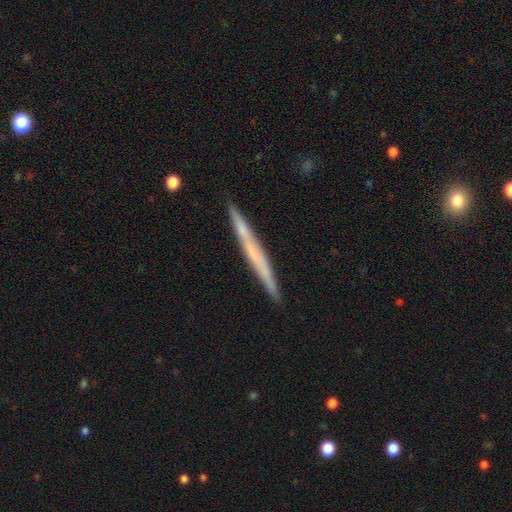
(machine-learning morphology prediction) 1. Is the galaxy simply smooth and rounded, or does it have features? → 50% featured or disk, 44% smooth, 6% star or artifact.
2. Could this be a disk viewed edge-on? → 96% yes, 4% no.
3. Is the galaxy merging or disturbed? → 88% none, 8% minor disturbance, 2% merger, 1% major disturbance.